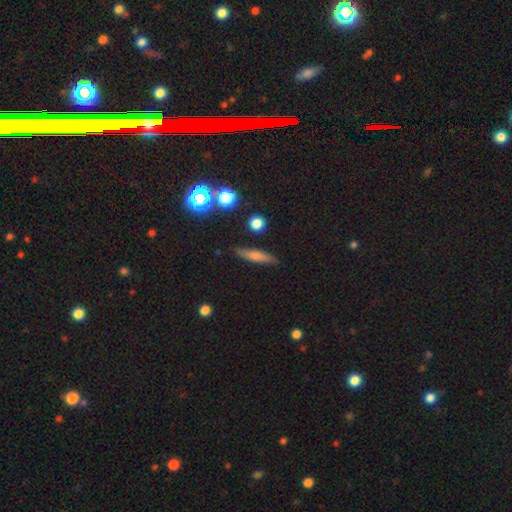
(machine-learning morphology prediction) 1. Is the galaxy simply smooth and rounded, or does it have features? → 66% smooth, 24% featured or disk, 9% star or artifact.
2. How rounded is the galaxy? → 81% cigar-shaped, 15% in between, 3% round.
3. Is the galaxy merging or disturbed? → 85% none, 11% minor disturbance, 2% major disturbance, 2% merger.